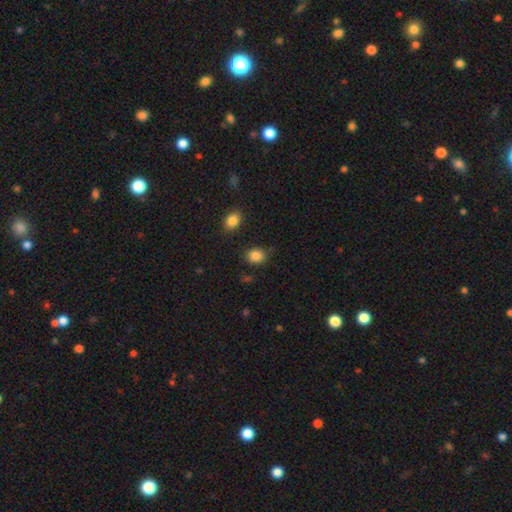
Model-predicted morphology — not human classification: smooth-or-featured: smooth: 86% | star or artifact: 10% | featured or disk: 4%
  how-rounded: round: 61% | in between: 38% | cigar-shaped: 1%
  merging: none: 80% | minor disturbance: 14% | major disturbance: 4% | merger: 3%